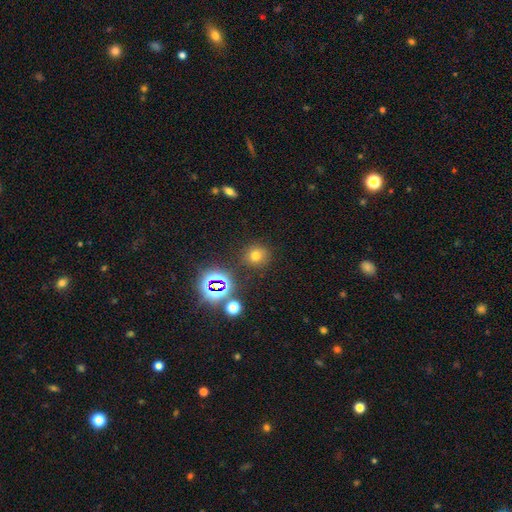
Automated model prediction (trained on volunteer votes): Smooth or featured? Predicted: smooth (p=0.66). How rounded? Predicted: round (p=0.88). Merging? Predicted: none (p=0.86).